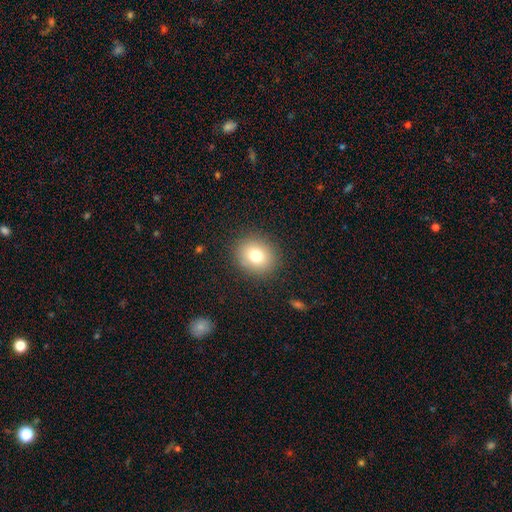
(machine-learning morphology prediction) A smooth galaxy with no disk features (78%) that is round (74%). Merging: none (88%).